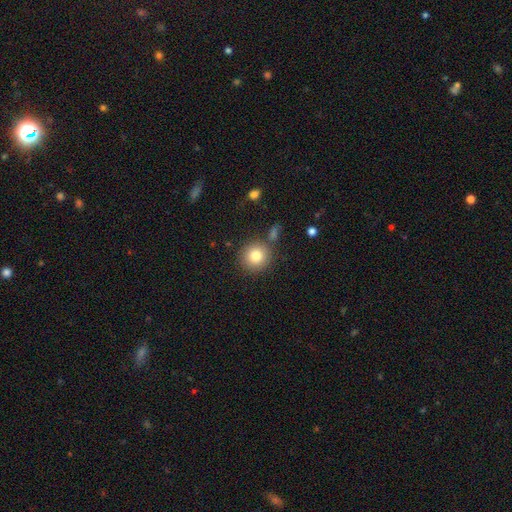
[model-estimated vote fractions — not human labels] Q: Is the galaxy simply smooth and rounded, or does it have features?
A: smooth — 82%.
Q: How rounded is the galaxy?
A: round — 92%.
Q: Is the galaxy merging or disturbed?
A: none — 80%.